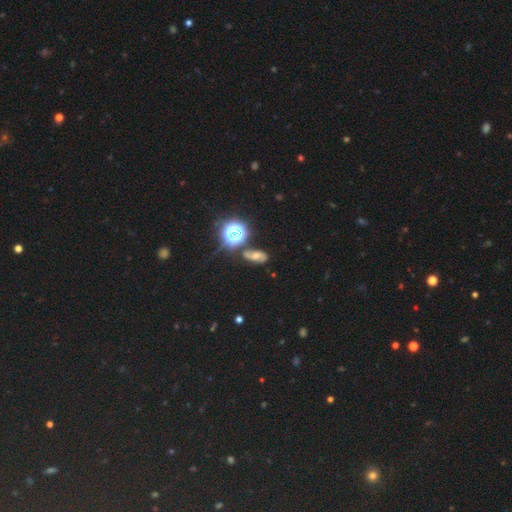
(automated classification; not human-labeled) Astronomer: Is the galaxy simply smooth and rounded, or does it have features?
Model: smooth — 35%, tied with featured or disk at 35%.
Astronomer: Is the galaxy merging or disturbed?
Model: none — 69%.